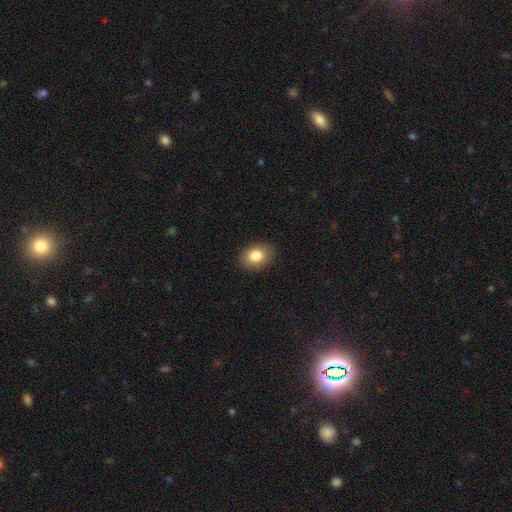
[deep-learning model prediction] A smooth galaxy with no disk features (84%) that is in between round and cigar-shaped (62%).

Vote fractions:
- Smooth or featured? smooth: 84% / star or artifact: 9% / featured or disk: 7%
- How rounded? in between: 62% / round: 37% / cigar-shaped: 1%
- Merging? none: 88% / minor disturbance: 8% / major disturbance: 2% / merger: 1%